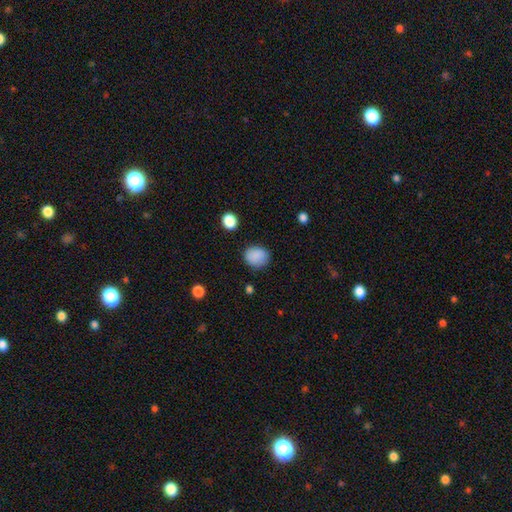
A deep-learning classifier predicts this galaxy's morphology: smooth 87%, star or artifact 9%, featured or disk 4%. Down the decision tree: how rounded — round (65%); merging — none (81%).